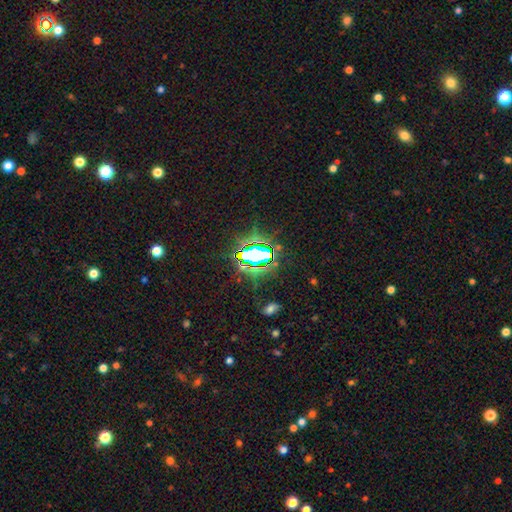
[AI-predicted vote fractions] star or artifact 71%, smooth 18%, featured or disk 12%.